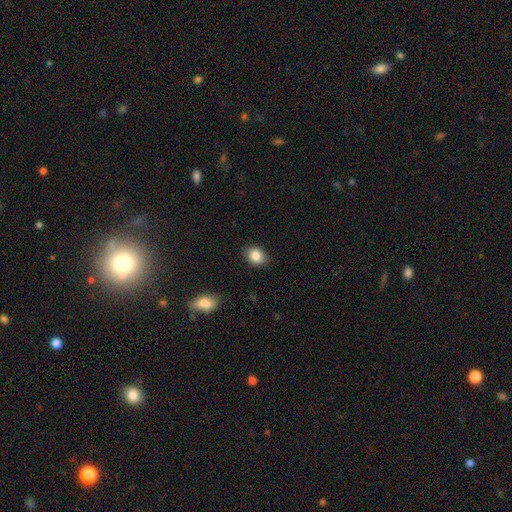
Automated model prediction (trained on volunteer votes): Smooth or featured? smooth (86%)
How rounded? in between (64%)
Merging? none (85%)